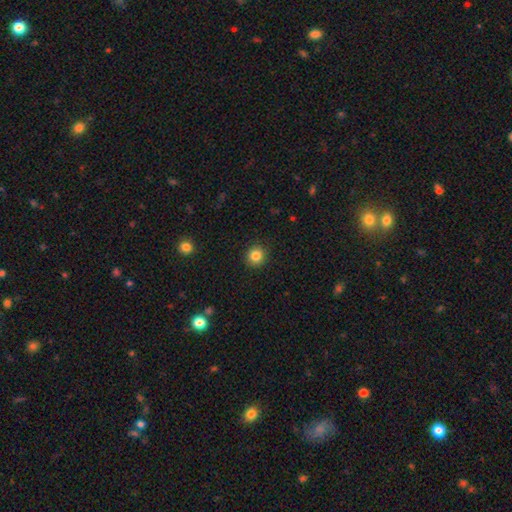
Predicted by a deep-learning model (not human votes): Q: Smooth or featured?
A: smooth (84%); runner-up: star or artifact (11%)
Q: How rounded?
A: round (92%); runner-up: in between (7%)
Q: Merging?
A: none (91%); runner-up: minor disturbance (6%)